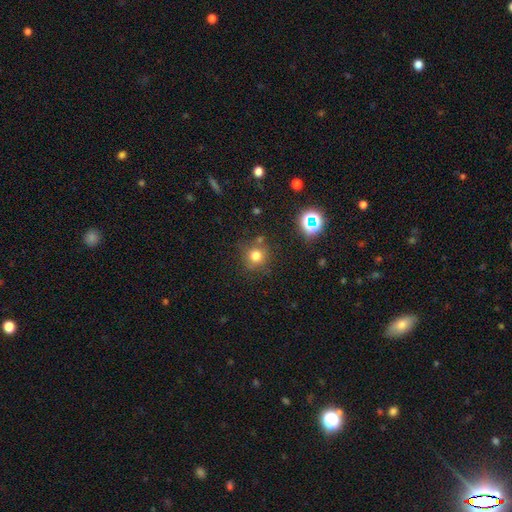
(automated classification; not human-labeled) This is likely a smooth galaxy (75%). How rounded: clearly round (91%). Merging: likely none (77%).